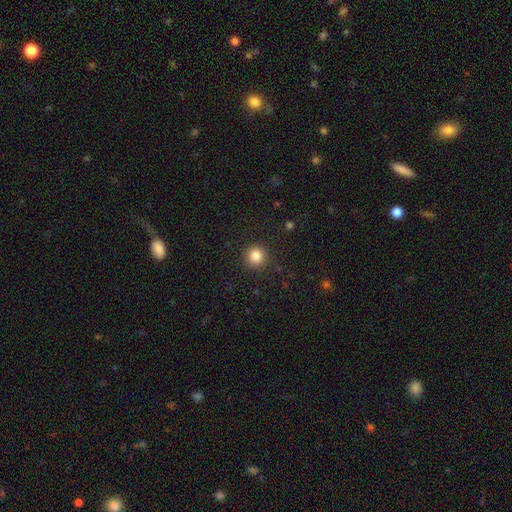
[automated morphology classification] Overall: smooth (84%). How rounded: round (94%). Merging: none (91%).